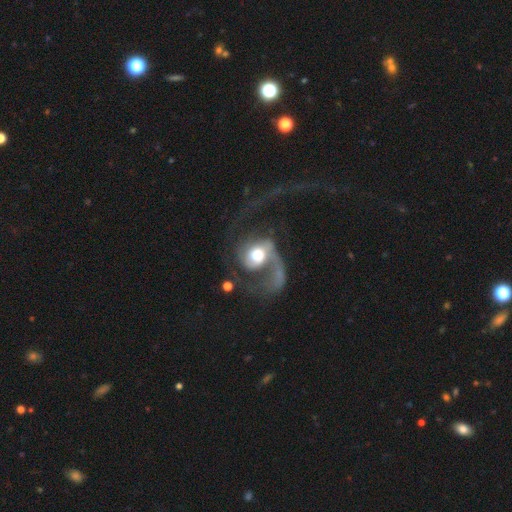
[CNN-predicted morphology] smooth-or-featured: featured or disk: 75% | smooth: 18% | star or artifact: 7%
  disk-edge-on: no: 97% | yes: 3%
    bar: no: 69% | weak: 25% | strong: 6%
    has-spiral-arms: yes: 88% | no: 12%
      spiral-winding: loose: 54% | medium: 33% | tight: 13%
      spiral-arm-count: 1: 69% | 2: 21% | can't tell: 5% | 3: 3% | 4: 1% | more than 4: 1%
    bulge-size: moderate: 48% | large: 37% | small: 7% | dominant: 7% | none: 2%
  merging: major disturbance: 57% | none: 26% | minor disturbance: 11% | merger: 6%